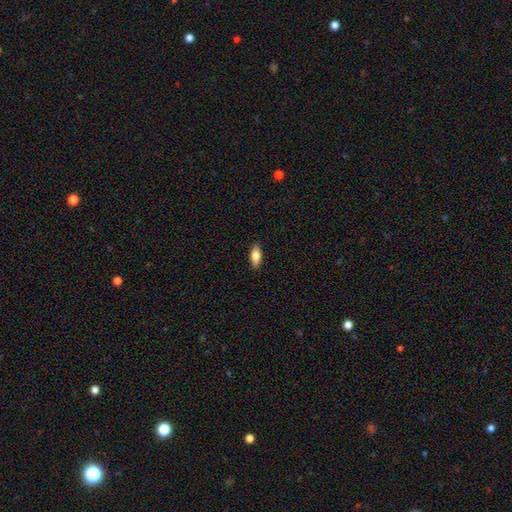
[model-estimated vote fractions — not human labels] Smooth or featured?
  - smooth: 79% *
  - featured or disk: 15%
  - star or artifact: 6%
How rounded?
  - in between: 81% *
  - cigar-shaped: 17%
  - round: 2%
Merging?
  - none: 89% *
  - minor disturbance: 8%
  - major disturbance: 2%
  - merger: 1%